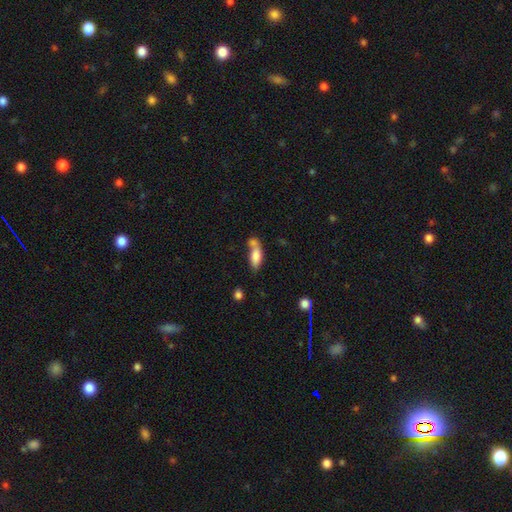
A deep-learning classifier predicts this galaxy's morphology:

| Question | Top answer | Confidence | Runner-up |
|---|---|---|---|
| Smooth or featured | smooth | 78% | featured or disk (14%) |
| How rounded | in between | 76% | cigar-shaped (21%) |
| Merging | merger | 43% | none (35%) |